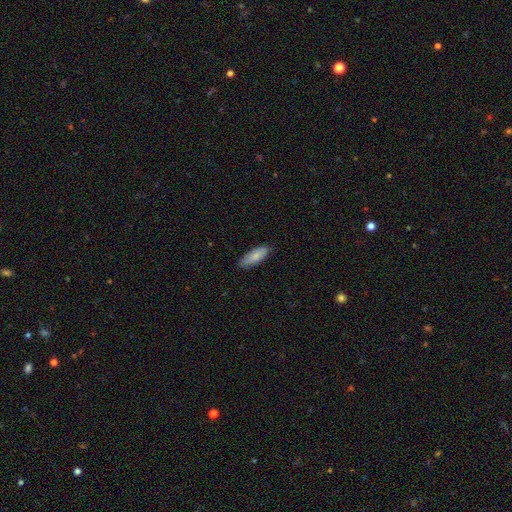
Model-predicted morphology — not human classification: smooth-or-featured: smooth: 83% | featured or disk: 12% | star or artifact: 6%
  how-rounded: in between: 66% | cigar-shaped: 33% | round: 2%
  merging: none: 83% | minor disturbance: 13% | major disturbance: 2% | merger: 1%